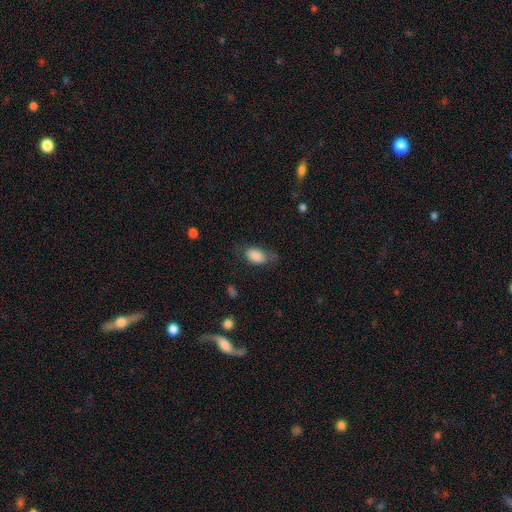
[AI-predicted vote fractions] Overall: smooth (82%). How rounded: in between (90%). Merging: none (52%; minor disturbance 30%).